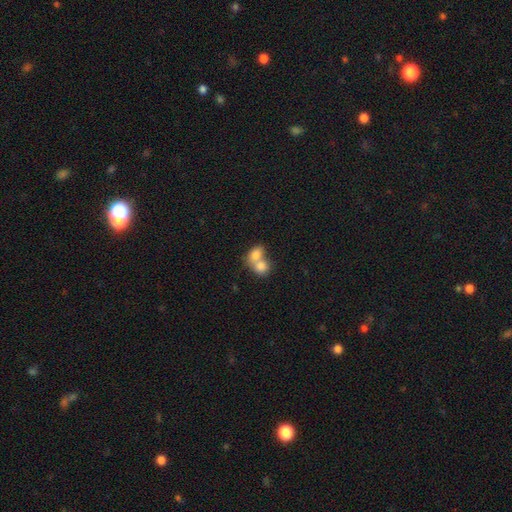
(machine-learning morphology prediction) The model was most divided on "how rounded": in between: 56%, round: 43%, cigar-shaped: 1%. More confident: smooth or featured — smooth (78%); merging — merger (75%).